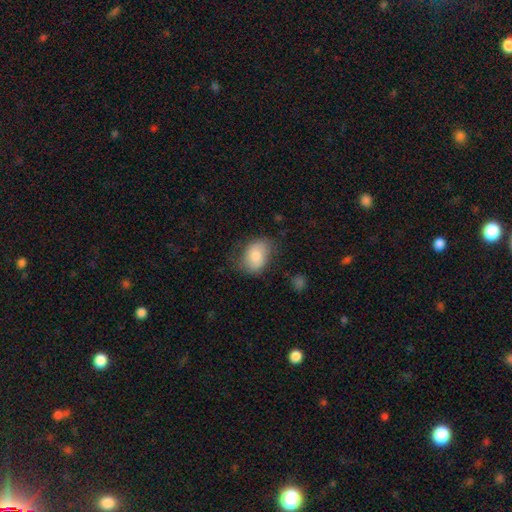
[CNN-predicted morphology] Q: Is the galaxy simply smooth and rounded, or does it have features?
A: smooth — 77%.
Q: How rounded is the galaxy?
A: in between — 77%.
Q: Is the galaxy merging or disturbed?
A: none — 61%.